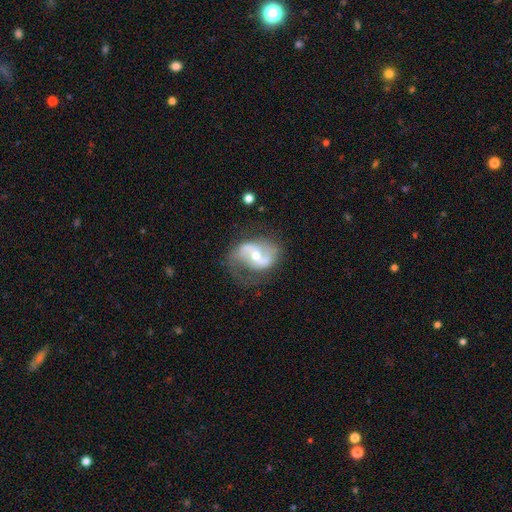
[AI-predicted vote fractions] smooth-or-featured: featured or disk: 83% | smooth: 11% | star or artifact: 6%
  disk-edge-on: no: 97% | yes: 3%
    bar: weak: 38% | no: 35% | strong: 27%
    has-spiral-arms: yes: 91% | no: 9%
      spiral-winding: loose: 46% | medium: 41% | tight: 13%
      spiral-arm-count: 2: 87% | can't tell: 5% | 1: 4% | 3: 1% | 4: 1% | more than 4: 1%
    bulge-size: moderate: 53% | small: 43% | large: 2% | none: 1% | dominant: 1%
  merging: none: 62% | minor disturbance: 21% | major disturbance: 14% | merger: 2%